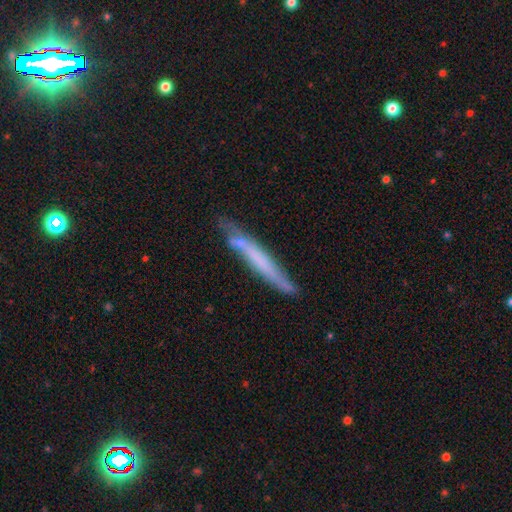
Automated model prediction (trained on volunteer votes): smooth-or-featured: featured or disk: 48% | smooth: 45% | star or artifact: 6%
  merging: none: 69% | minor disturbance: 21% | merger: 5% | major disturbance: 4%